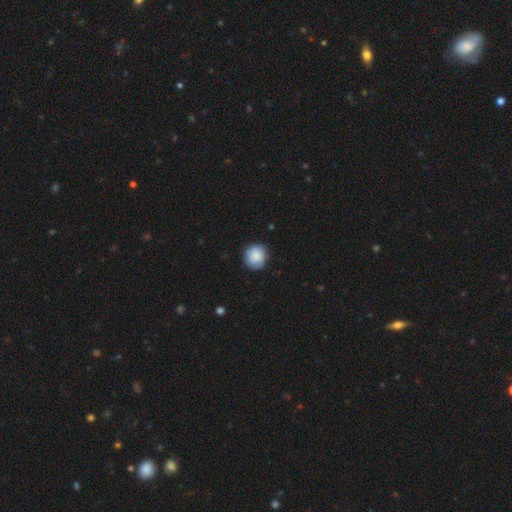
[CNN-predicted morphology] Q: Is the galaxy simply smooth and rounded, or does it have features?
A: smooth — 82%.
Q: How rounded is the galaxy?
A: round — 87%.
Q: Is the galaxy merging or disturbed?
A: none — 78%.